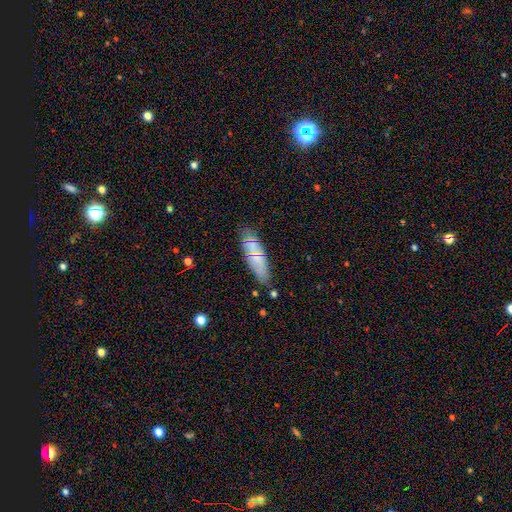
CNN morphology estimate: This is possibly a smooth galaxy (58%). How rounded: possibly cigar-shaped (51%). Merging: likely none (75%).